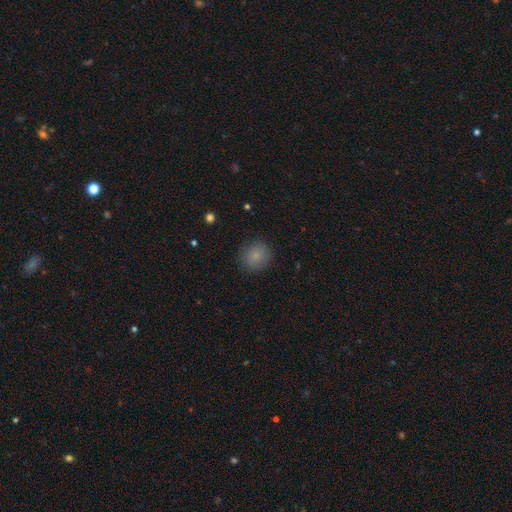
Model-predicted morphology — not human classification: smooth_or_featured: smooth (p=0.83) [alt: star or artifact p=0.10]
how_rounded: round (p=0.85) [alt: in between p=0.14]
merging: none (p=0.86) [alt: minor disturbance p=0.10]